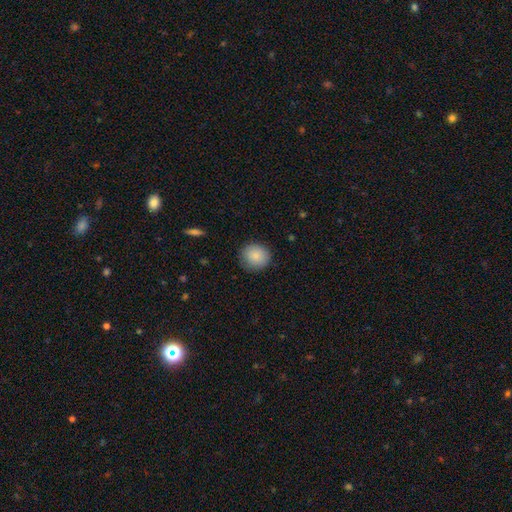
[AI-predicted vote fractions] Q: Smooth or featured?
A: smooth (86%); runner-up: star or artifact (8%)
Q: How rounded?
A: round (86%); runner-up: in between (13%)
Q: Merging?
A: none (85%); runner-up: minor disturbance (11%)